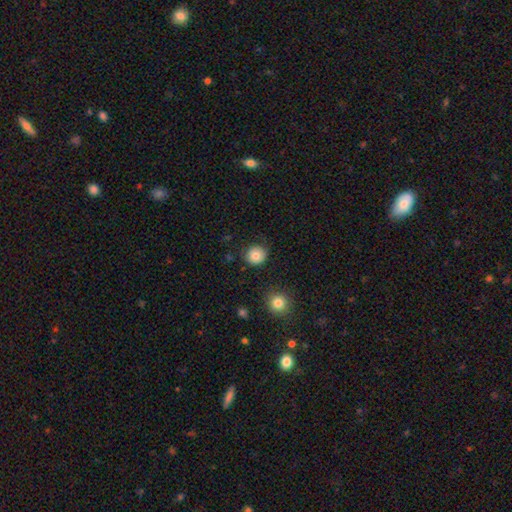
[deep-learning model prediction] The model was most divided on "smooth or featured": smooth: 82%, star or artifact: 10%, featured or disk: 8%. More confident: how rounded — round (91%); merging — none (84%).